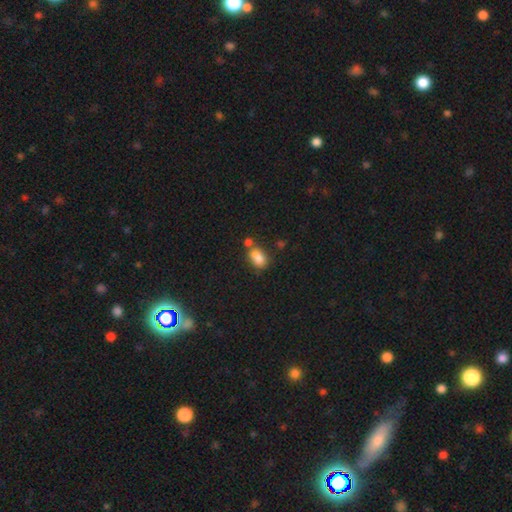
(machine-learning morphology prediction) Smooth or featured: smooth — 78% (star or artifact — 15%)
How rounded: in between — 83% (round — 15%)
Merging: none — 57% (merger — 24%)